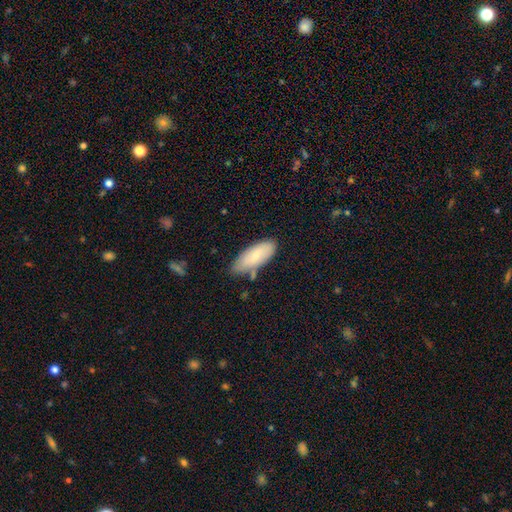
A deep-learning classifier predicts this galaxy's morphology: Q: Smooth or featured?
A: smooth (78%); runner-up: featured or disk (16%)
Q: How rounded?
A: in between (82%); runner-up: cigar-shaped (16%)
Q: Merging?
A: none (69%); runner-up: minor disturbance (22%)